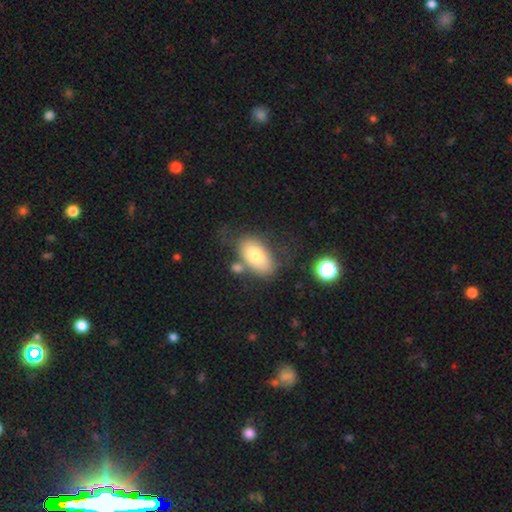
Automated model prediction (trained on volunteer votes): A smooth galaxy with no disk features (71%) that is in between round and cigar-shaped (90%).

Vote fractions:
- Smooth or featured? smooth: 71% / featured or disk: 21% / star or artifact: 8%
- How rounded? in between: 90% / round: 8% / cigar-shaped: 2%
- Merging? none: 58% / minor disturbance: 19% / merger: 14% / major disturbance: 10%